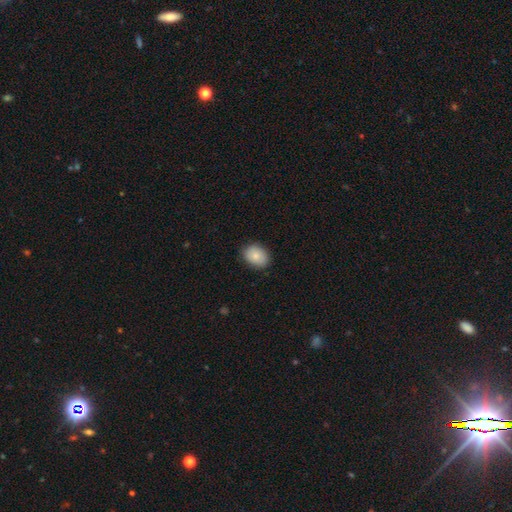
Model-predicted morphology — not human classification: This appears to be a smooth galaxy with no disk features (84%) that is in between round and cigar-shaped (66%). Merging: none (86%).